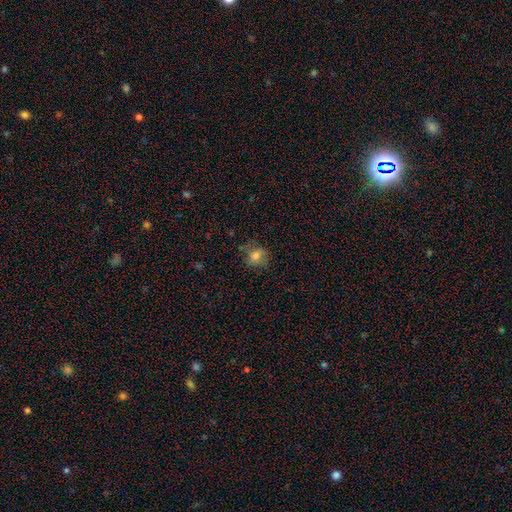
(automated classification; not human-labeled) A smooth galaxy with no disk features (76%) that is round (74%). Merging: none (72%).